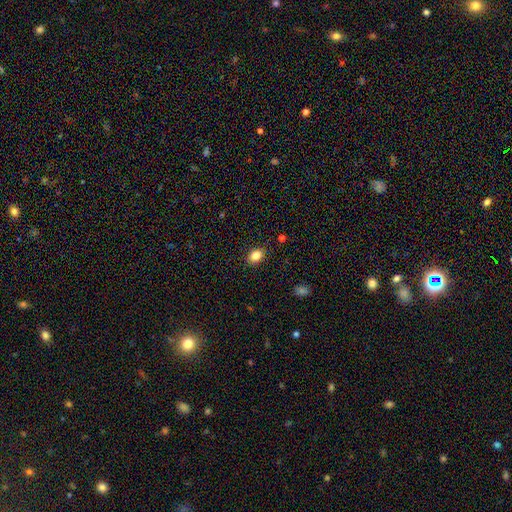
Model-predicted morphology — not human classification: smooth_or_featured: smooth (p=0.84) [alt: star or artifact p=0.10]
how_rounded: in between (p=0.68) [alt: round p=0.30]
merging: none (p=0.87) [alt: minor disturbance p=0.10]